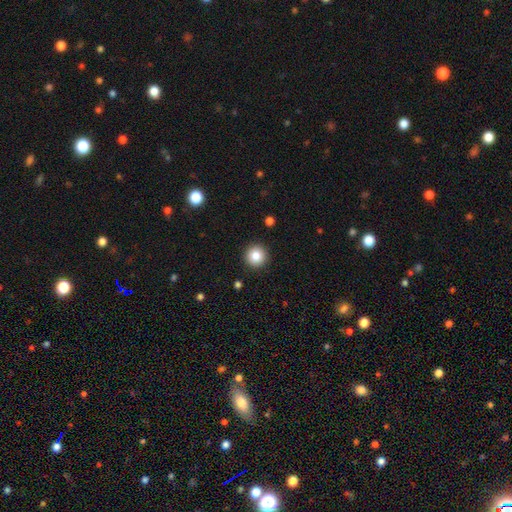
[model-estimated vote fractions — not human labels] Smooth or featured? Predicted: smooth (p=0.84). How rounded? Predicted: round (p=0.96). Merging? Predicted: none (p=0.92).